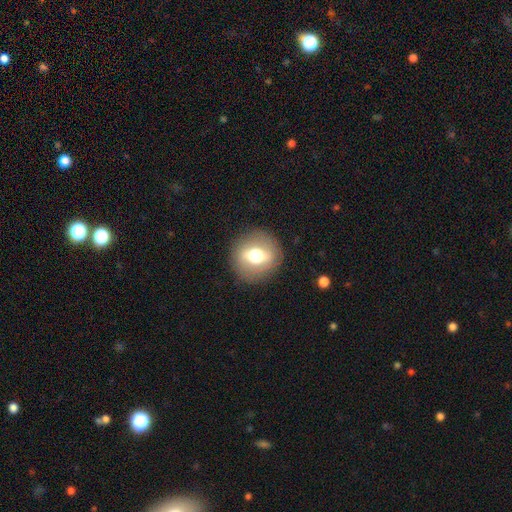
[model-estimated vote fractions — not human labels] This appears to be a smooth galaxy with no disk features (47%). Merging: none (88%).